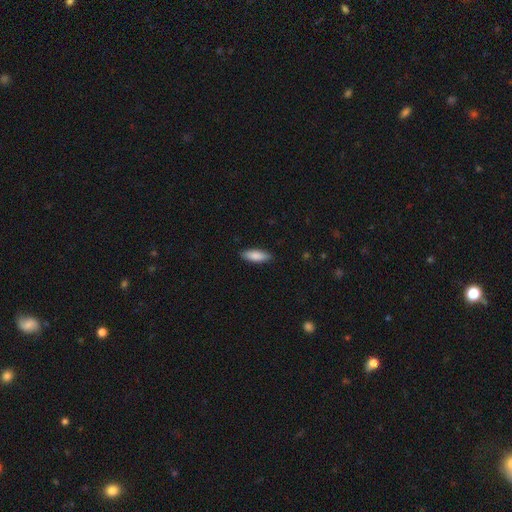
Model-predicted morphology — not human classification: smooth 86%, featured or disk 9%, star or artifact 6%. Down the decision tree: how rounded — in between (57%); merging — none (88%).